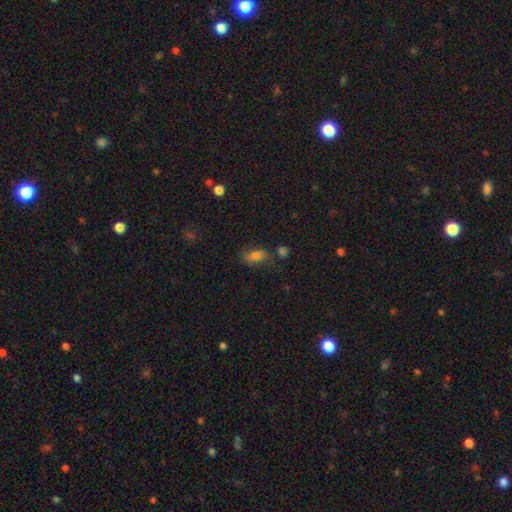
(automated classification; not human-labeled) Smooth or featured? Predicted: smooth (p=0.74). How rounded? Predicted: in between (p=0.87). Merging? Predicted: none (p=0.61).